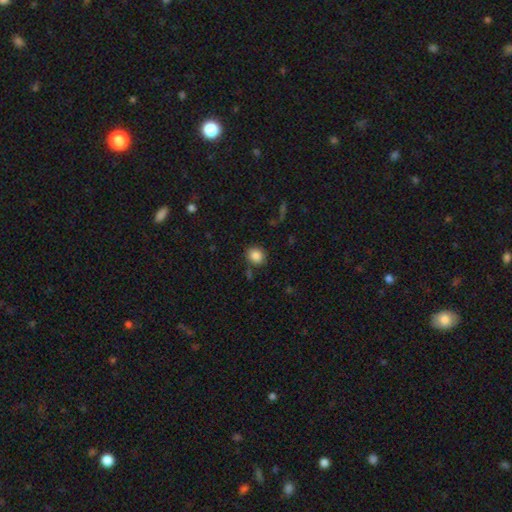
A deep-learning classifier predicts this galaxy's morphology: Smooth or featured: smooth — 86% (star or artifact — 9%)
How rounded: round — 75% (in between — 24%)
Merging: none — 83% (minor disturbance — 10%)